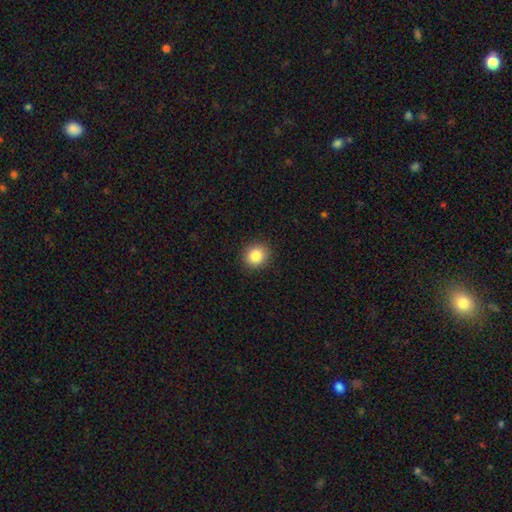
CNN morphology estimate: Smooth or featured? smooth (86%)
How rounded? round (83%)
Merging? none (91%)